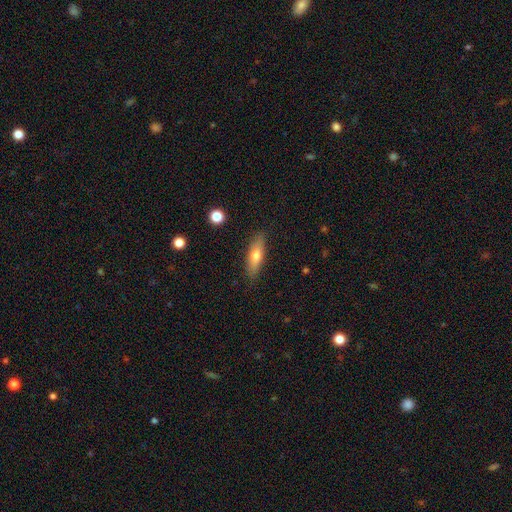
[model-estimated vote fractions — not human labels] Smooth or featured?
  - smooth: 61% *
  - featured or disk: 33%
  - star or artifact: 6%
How rounded?
  - cigar-shaped: 58% *
  - in between: 39%
  - round: 3%
Merging?
  - none: 87% *
  - minor disturbance: 10%
  - major disturbance: 2%
  - merger: 1%